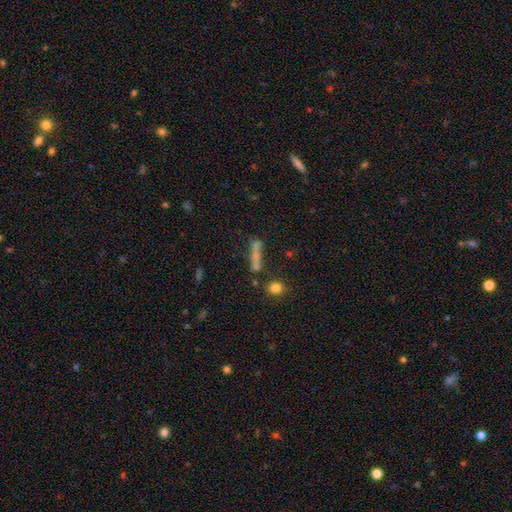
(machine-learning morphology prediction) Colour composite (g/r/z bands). It shows a smooth galaxy with no disk features (56%) that is cigar-shaped (77%). Merging: none (54%).